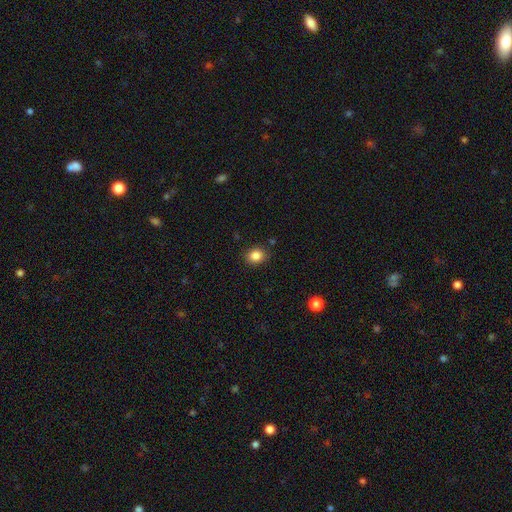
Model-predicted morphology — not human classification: smooth 85%, star or artifact 10%, featured or disk 5%. Down the decision tree: how rounded — round (62%); merging — none (86%).